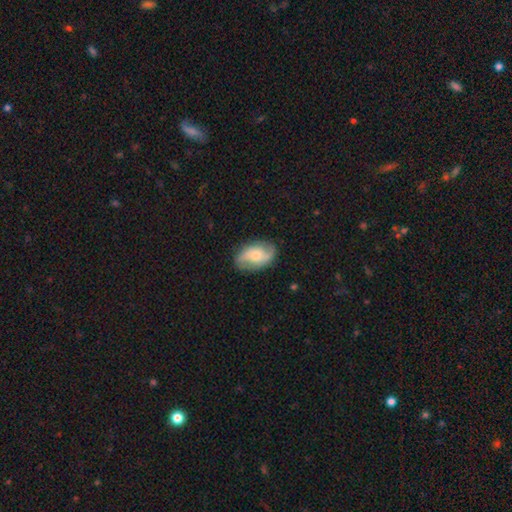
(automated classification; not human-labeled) A featured or disk galaxy (70%) with no bar (58%), 2 (88%) loose (50%) spiral arms (92%) and a moderate central bulge (53%).

Vote fractions:
- Smooth or featured? featured or disk: 70% / smooth: 24% / star or artifact: 6%
- Edge-on disk? no: 96% / yes: 4%
- Bar? no: 58% / weak: 34% / strong: 8%
- Spiral arms? yes: 92% / no: 8%
- Spiral winding? loose: 50% / medium: 36% / tight: 14%
- Spiral arm count? 2: 88% / can't tell: 5% / 1: 2% / 3: 2% / 4: 1% / more than 4: 1%
- Bulge size? moderate: 53% / small: 38% / large: 5% / none: 3% / dominant: 1%
- Merging? none: 81% / minor disturbance: 14% / major disturbance: 4% / merger: 1%